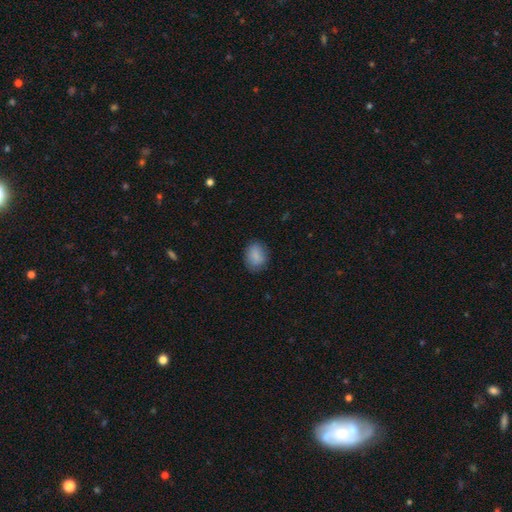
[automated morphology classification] Smooth or featured?
  - smooth: 87% *
  - star or artifact: 7%
  - featured or disk: 6%
How rounded?
  - in between: 56% *
  - round: 43%
  - cigar-shaped: 1%
Merging?
  - none: 80% *
  - minor disturbance: 15%
  - major disturbance: 4%
  - merger: 1%